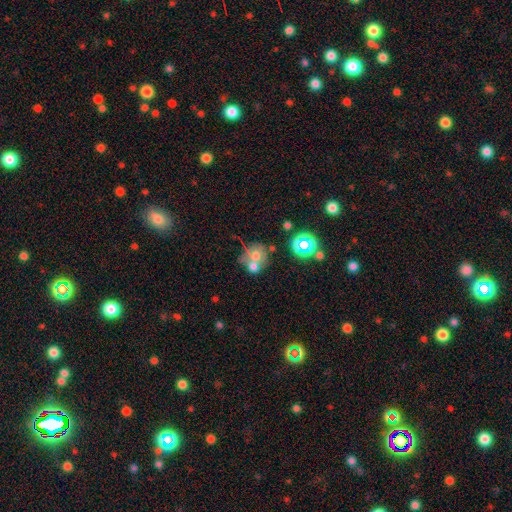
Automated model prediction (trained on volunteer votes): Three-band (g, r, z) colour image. It shows a smooth galaxy with no disk features (53%) that is round (77%). Merging: merger (50%).